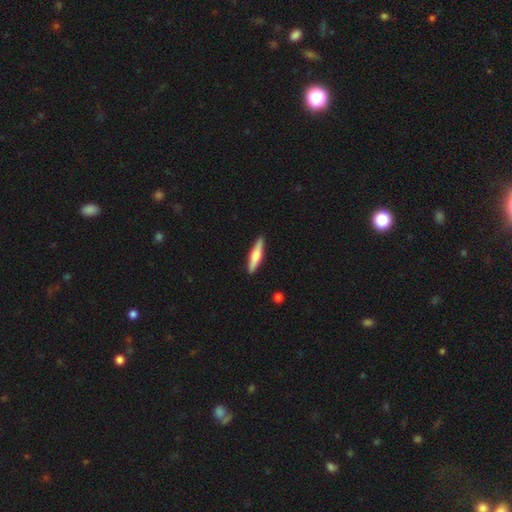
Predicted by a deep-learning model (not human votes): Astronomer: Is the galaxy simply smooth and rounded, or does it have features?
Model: smooth — 57% (runner-up: featured or disk, 38%).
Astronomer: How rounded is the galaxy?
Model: cigar-shaped — 84%.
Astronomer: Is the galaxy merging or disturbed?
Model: none — 90%.